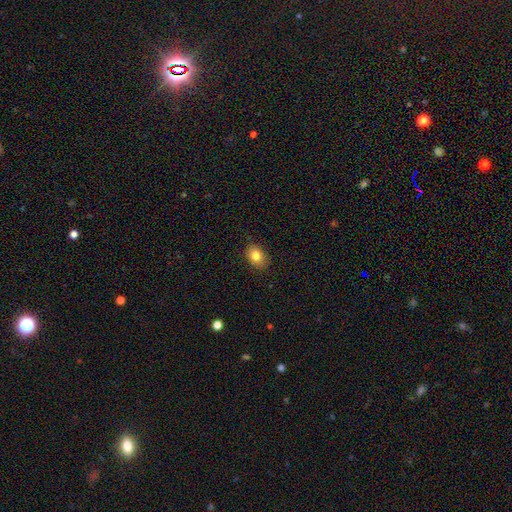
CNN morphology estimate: Q: Smooth or featured?
A: smooth (82%); runner-up: star or artifact (9%)
Q: How rounded?
A: in between (70%); runner-up: round (29%)
Q: Merging?
A: none (84%); runner-up: minor disturbance (12%)